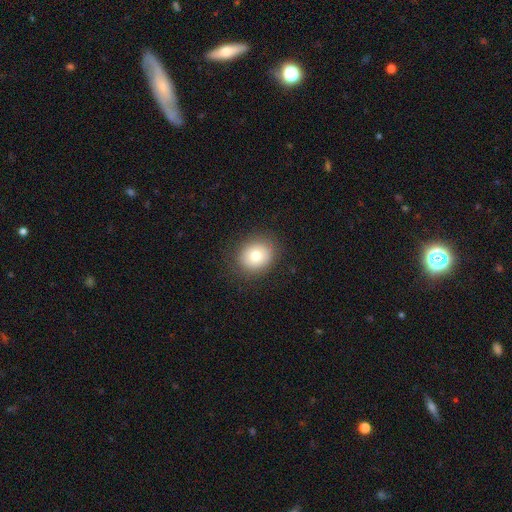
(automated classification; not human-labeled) Overall: smooth (77%). How rounded: round (71%). Merging: none (86%).